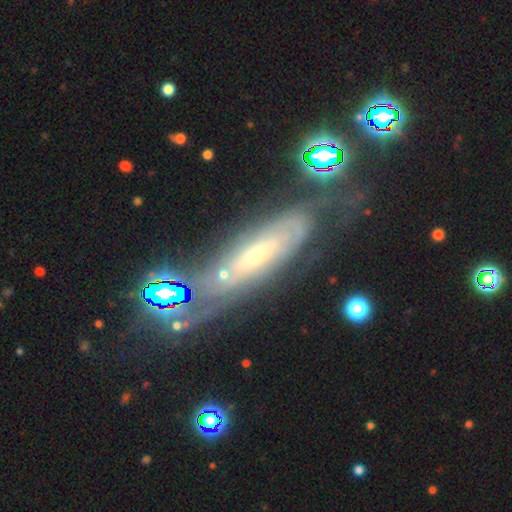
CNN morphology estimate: This appears to be a featured or disk galaxy (65%). Merging: none (59%).